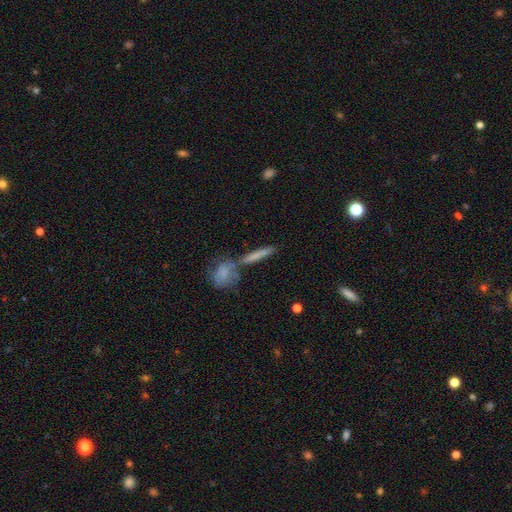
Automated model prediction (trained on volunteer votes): Smooth or featured: smooth — 60% (featured or disk — 29%)
How rounded: cigar-shaped — 82% (in between — 13%)
Merging: none — 63% (merger — 24%)